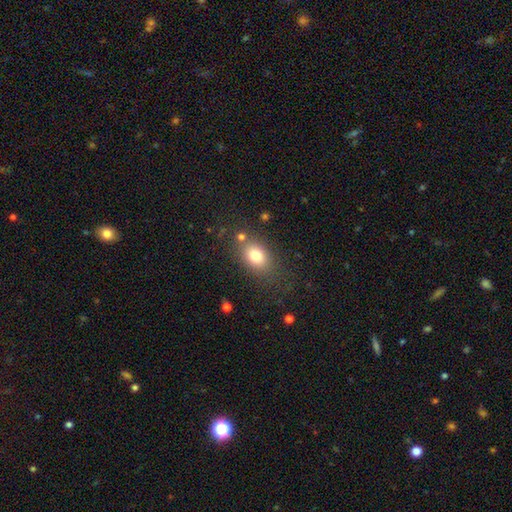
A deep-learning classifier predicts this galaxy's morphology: Smooth or featured: smooth — 78% (featured or disk — 11%)
How rounded: in between — 73% (round — 26%)
Merging: none — 74% (minor disturbance — 14%)